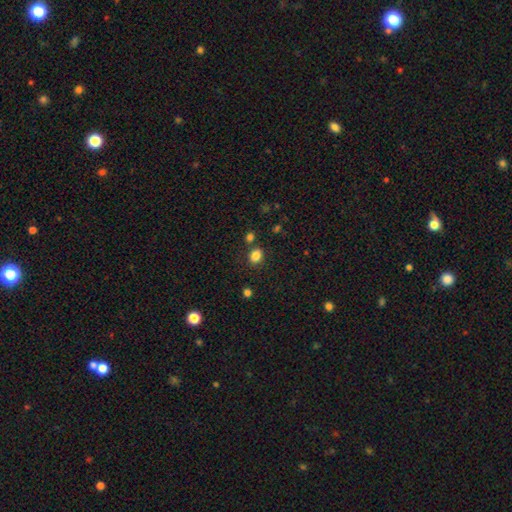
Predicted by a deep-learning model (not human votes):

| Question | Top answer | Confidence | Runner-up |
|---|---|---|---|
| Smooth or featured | smooth | 84% | star or artifact (12%) |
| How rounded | round | 51% | in between (48%) |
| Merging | none | 79% | minor disturbance (10%) |